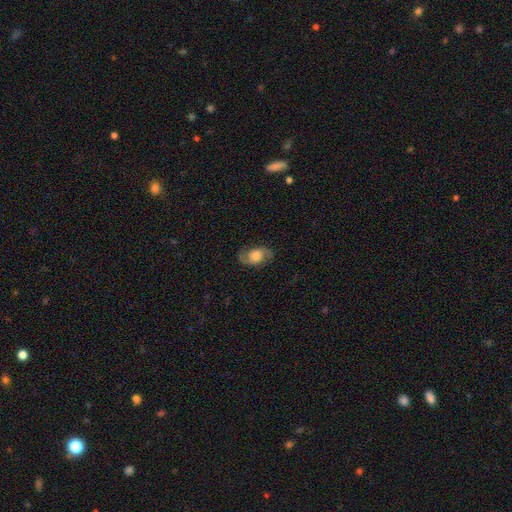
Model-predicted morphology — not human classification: Q: Smooth or featured?
A: featured or disk (77%); runner-up: smooth (16%)
Q: Edge-on disk?
A: no (97%); runner-up: yes (3%)
Q: Bar?
A: no (64%); runner-up: weak (30%)
Q: Spiral arms?
A: yes (95%); runner-up: no (5%)
Q: Spiral winding?
A: medium (50%); runner-up: loose (34%)
Q: Spiral arm count?
A: 2 (92%); runner-up: can't tell (3%)
Q: Bulge size?
A: large (40%); runner-up: moderate (32%)
Q: Merging?
A: none (80%); runner-up: minor disturbance (13%)